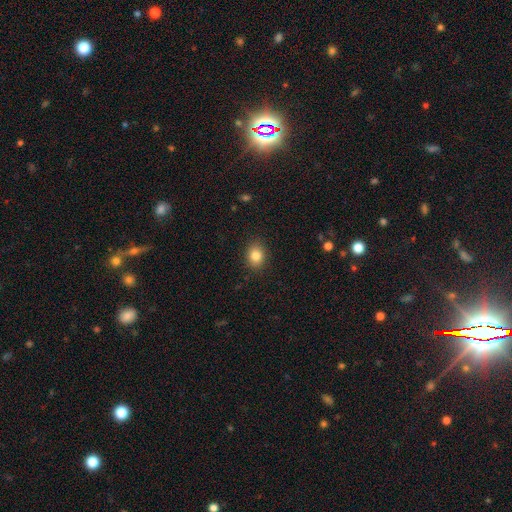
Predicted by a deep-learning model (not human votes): A smooth galaxy with no disk features (83%) that is in between round and cigar-shaped (50%, tied with round). Merging: none (88%).